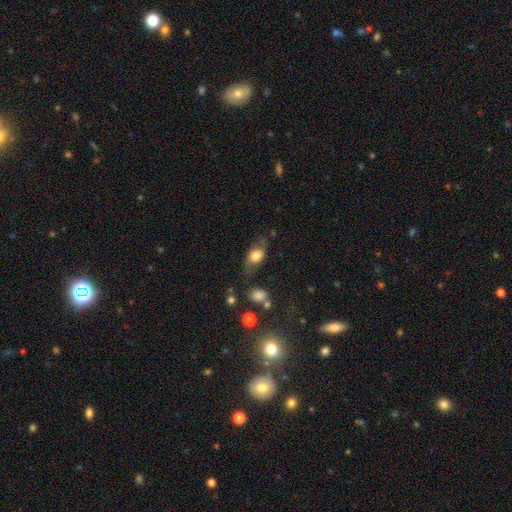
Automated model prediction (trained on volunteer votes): smooth 69%, featured or disk 23%, star or artifact 8%. Down the decision tree: how rounded — in between (80%); merging — none (60%).